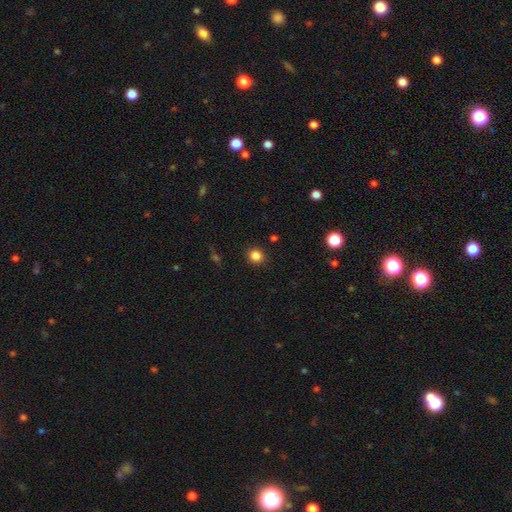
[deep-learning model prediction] smooth-or-featured: smooth: 84% | star or artifact: 12% | featured or disk: 4%
  how-rounded: round: 83% | in between: 16% | cigar-shaped: 1%
  merging: none: 89% | minor disturbance: 7% | major disturbance: 2% | merger: 1%